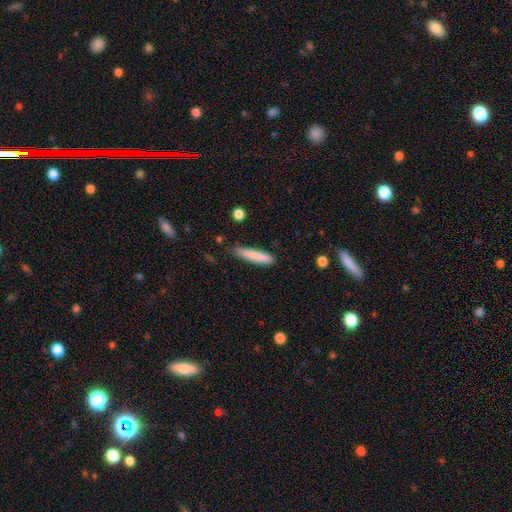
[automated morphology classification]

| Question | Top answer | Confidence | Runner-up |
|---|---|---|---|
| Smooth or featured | smooth | 82% | featured or disk (12%) |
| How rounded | cigar-shaped | 90% | in between (9%) |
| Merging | none | 84% | minor disturbance (12%) |